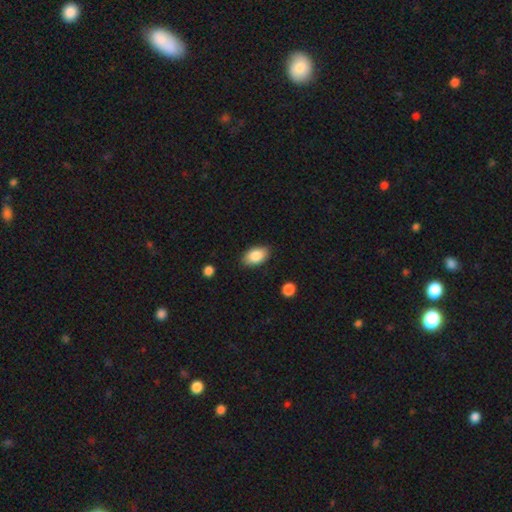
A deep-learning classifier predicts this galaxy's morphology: Smooth or featured? Predicted: smooth (p=0.87). How rounded? Predicted: in between (p=0.92). Merging? Predicted: none (p=0.85).